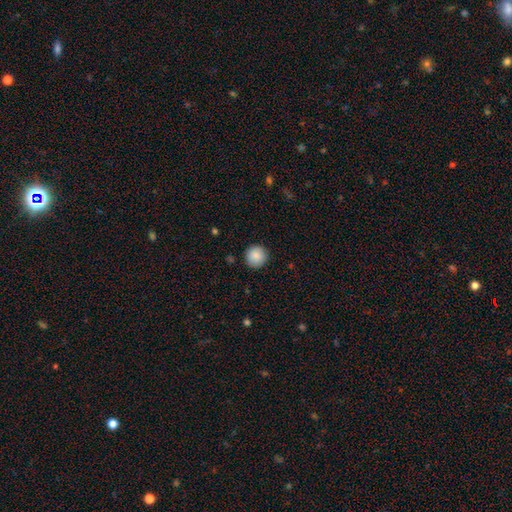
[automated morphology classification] This is clearly a smooth galaxy (88%). How rounded: clearly round (95%). Merging: clearly none (91%).